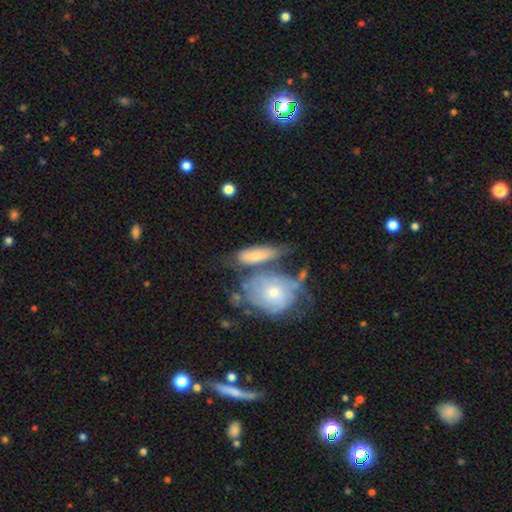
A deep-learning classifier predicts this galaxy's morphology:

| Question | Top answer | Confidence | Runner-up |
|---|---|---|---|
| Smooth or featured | smooth | 52% | featured or disk (41%) |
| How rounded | in between | 72% | cigar-shaped (20%) |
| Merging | merger | 36% | none (35%) |